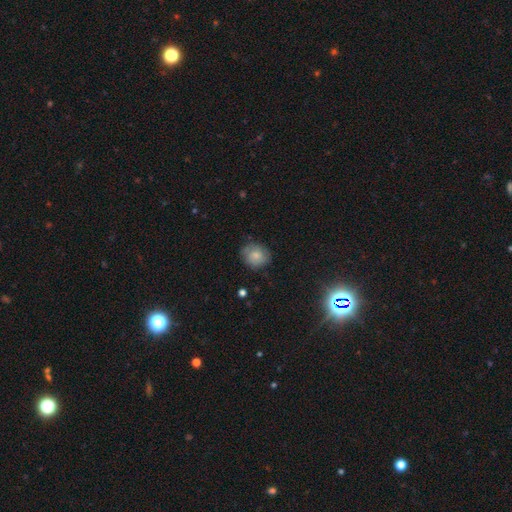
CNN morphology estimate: Smooth or featured? smooth (77%)
How rounded? round (66%)
Merging? none (75%)